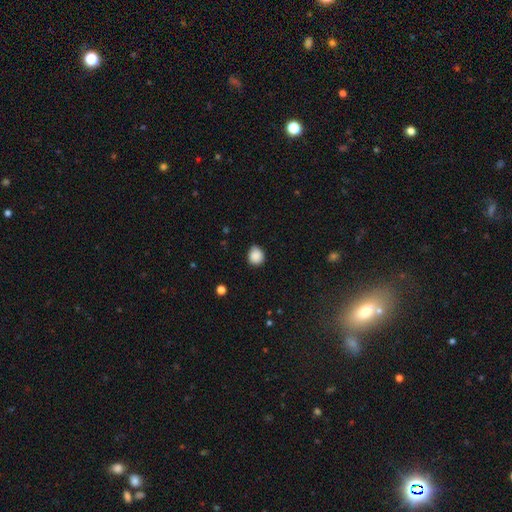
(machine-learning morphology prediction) The model was most divided on "how rounded": round: 76%, in between: 23%, cigar-shaped: 1%. More confident: smooth or featured — smooth (88%); merging — none (77%).